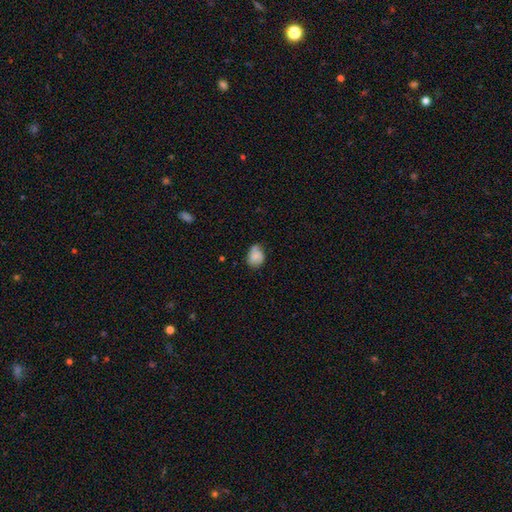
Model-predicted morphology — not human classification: Smooth or featured? Predicted: smooth (p=0.81). How rounded? Predicted: in between (p=0.50). Merging? Predicted: none (p=0.56).